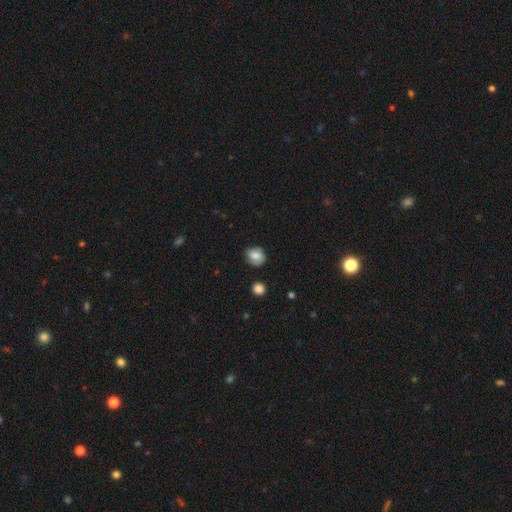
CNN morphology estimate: Q: Smooth or featured?
A: smooth (77%); runner-up: featured or disk (14%)
Q: How rounded?
A: round (62%); runner-up: in between (37%)
Q: Merging?
A: none (72%); runner-up: minor disturbance (21%)